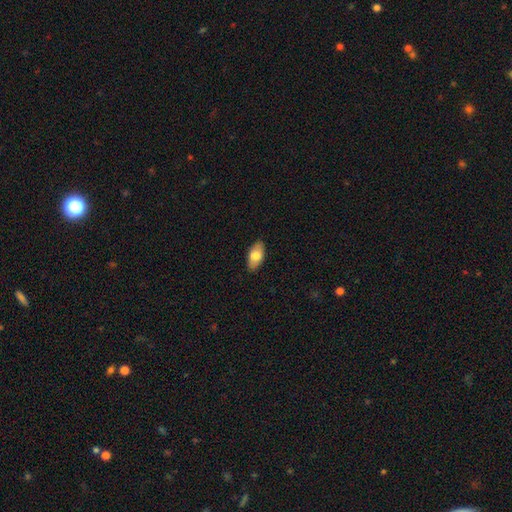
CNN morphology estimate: smooth-or-featured: smooth: 75% | featured or disk: 19% | star or artifact: 6%
  how-rounded: in between: 93% | cigar-shaped: 4% | round: 3%
  merging: none: 88% | minor disturbance: 9% | major disturbance: 2% | merger: 1%